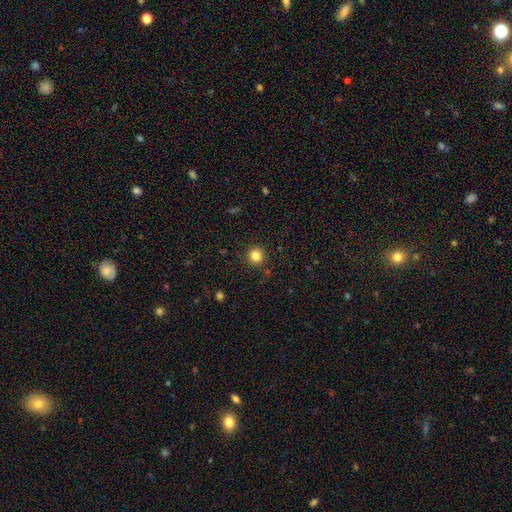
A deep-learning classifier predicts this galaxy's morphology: Smooth or featured? smooth (83%)
How rounded? round (93%)
Merging? none (90%)